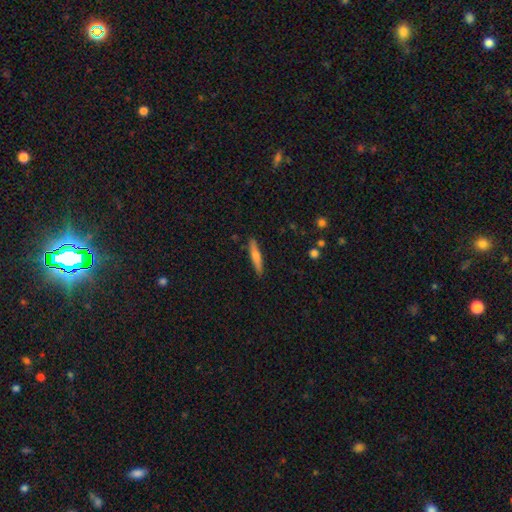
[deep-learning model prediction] A smooth galaxy with no disk features (56%) that is cigar-shaped (91%). Merging: none (89%).